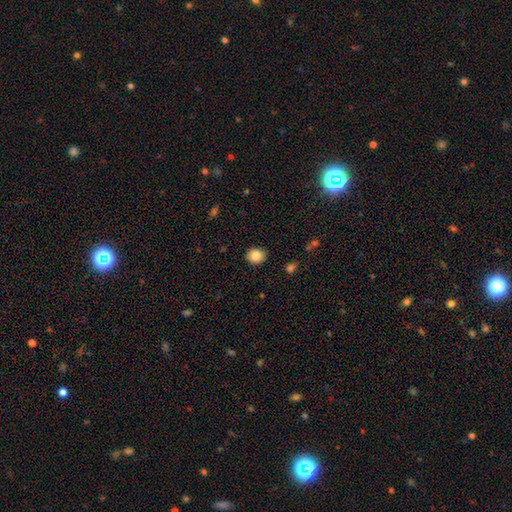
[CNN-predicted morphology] smooth 86%, star or artifact 9%, featured or disk 5%. Down the decision tree: how rounded — round (73%); merging — none (90%).